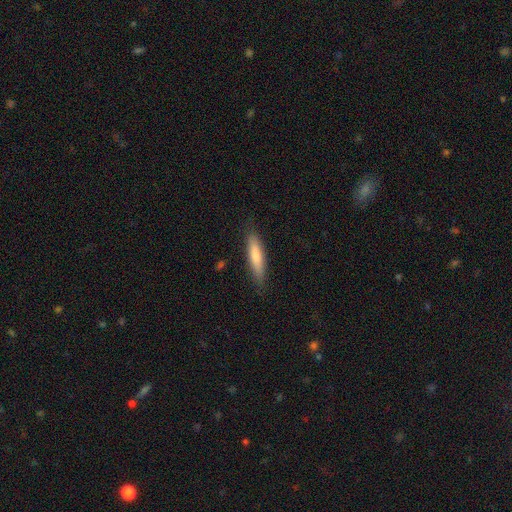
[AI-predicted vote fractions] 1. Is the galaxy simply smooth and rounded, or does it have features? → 75% smooth, 19% featured or disk, 5% star or artifact.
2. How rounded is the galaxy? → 83% cigar-shaped, 16% in between, 1% round.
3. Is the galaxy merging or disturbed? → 84% none, 12% minor disturbance, 3% major disturbance, 1% merger.